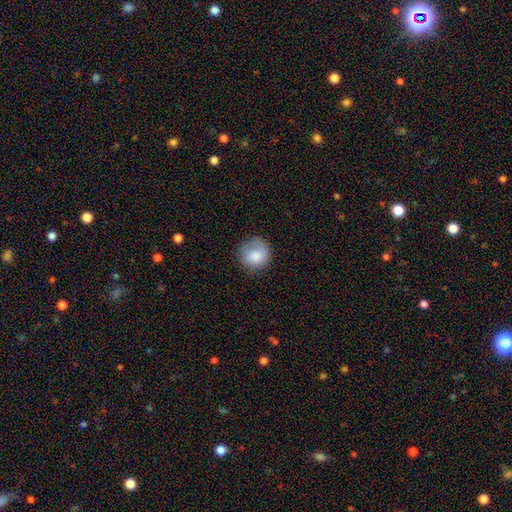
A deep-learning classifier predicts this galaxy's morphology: Smooth or featured? smooth (81%)
How rounded? round (88%)
Merging? none (72%)